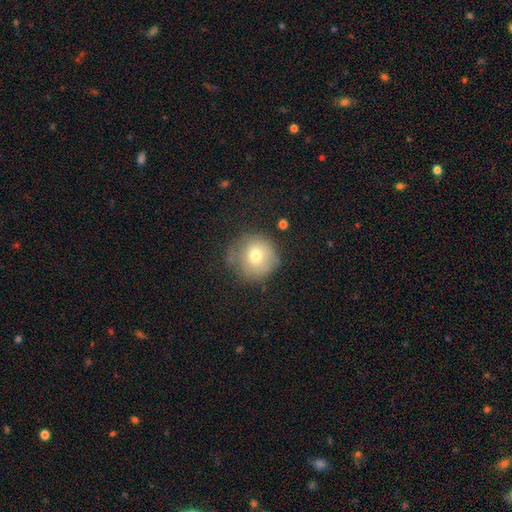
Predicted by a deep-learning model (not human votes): This is likely a smooth galaxy (72%). How rounded: clearly round (94%). Merging: likely none (69%).